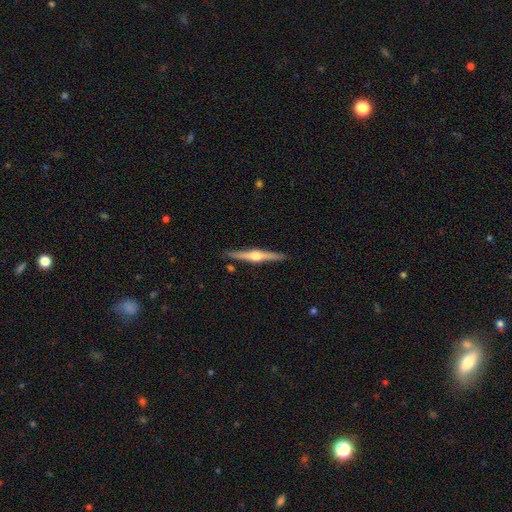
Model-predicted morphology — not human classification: smooth-or-featured: featured or disk: 77% | smooth: 18% | star or artifact: 5%
  disk-edge-on: yes: 98% | no: 2%
    edge-on-bulge: rounded: 95% | boxy: 3% | none: 2%
  merging: none: 90% | minor disturbance: 7% | merger: 2% | major disturbance: 1%